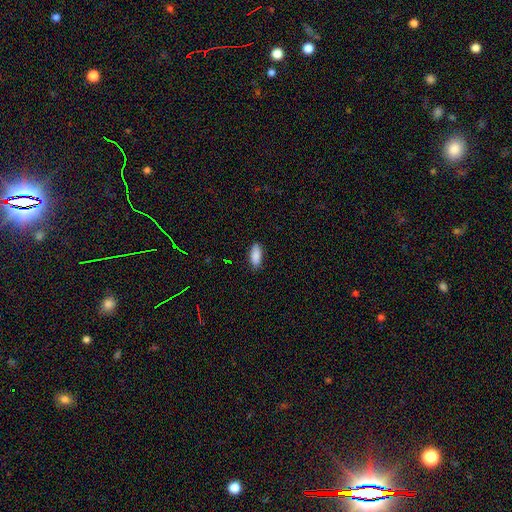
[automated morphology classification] Q: Smooth or featured?
A: smooth (89%); runner-up: star or artifact (6%)
Q: How rounded?
A: in between (85%); runner-up: cigar-shaped (13%)
Q: Merging?
A: none (86%); runner-up: minor disturbance (11%)